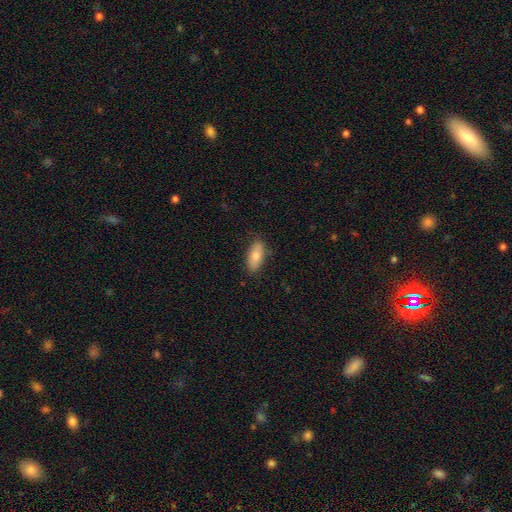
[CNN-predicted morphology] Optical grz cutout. It shows a smooth galaxy with no disk features (76%) that is in between round and cigar-shaped (82%). Merging: none (84%).